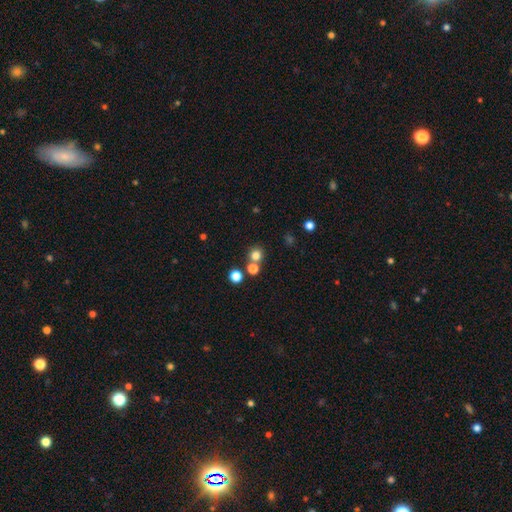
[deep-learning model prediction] Q: Smooth or featured?
A: smooth (77%); runner-up: star or artifact (16%)
Q: How rounded?
A: round (89%); runner-up: in between (10%)
Q: Merging?
A: none (66%); runner-up: merger (24%)